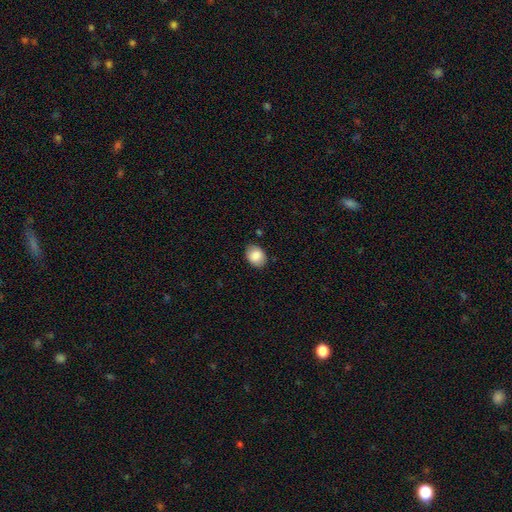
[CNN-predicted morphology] A smooth galaxy with no disk features (87%) that is in between round and cigar-shaped (68%).

Vote fractions:
- Smooth or featured? smooth: 87% / star or artifact: 7% / featured or disk: 5%
- How rounded? in between: 68% / round: 31% / cigar-shaped: 1%
- Merging? none: 83% / minor disturbance: 13% / major disturbance: 3% / merger: 1%